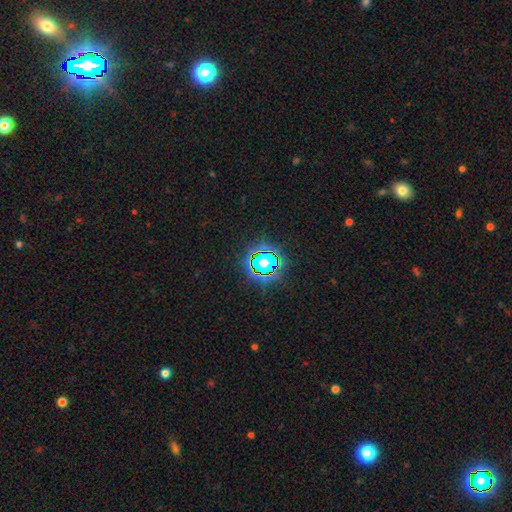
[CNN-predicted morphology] This is likely a star or artifact rather than a galaxy (80%).